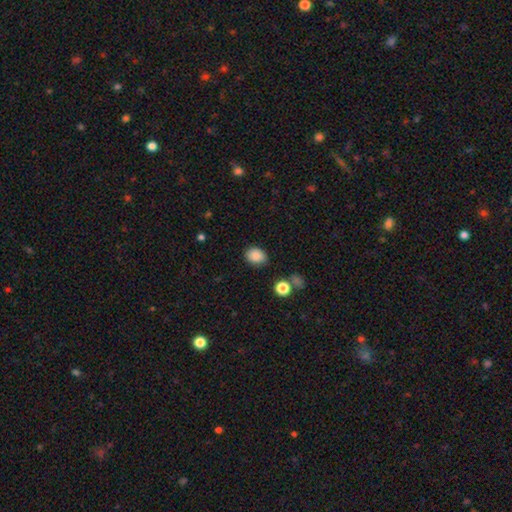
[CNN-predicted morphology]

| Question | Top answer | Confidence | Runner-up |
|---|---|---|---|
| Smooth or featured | smooth | 86% | star or artifact (9%) |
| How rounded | in between | 57% | round (42%) |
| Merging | none | 82% | minor disturbance (13%) |